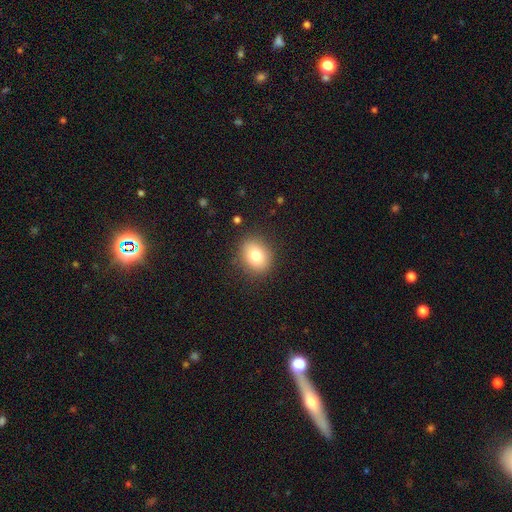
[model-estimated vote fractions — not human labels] Q: Smooth or featured?
A: smooth (79%); runner-up: featured or disk (11%)
Q: How rounded?
A: round (58%); runner-up: in between (41%)
Q: Merging?
A: none (87%); runner-up: minor disturbance (9%)